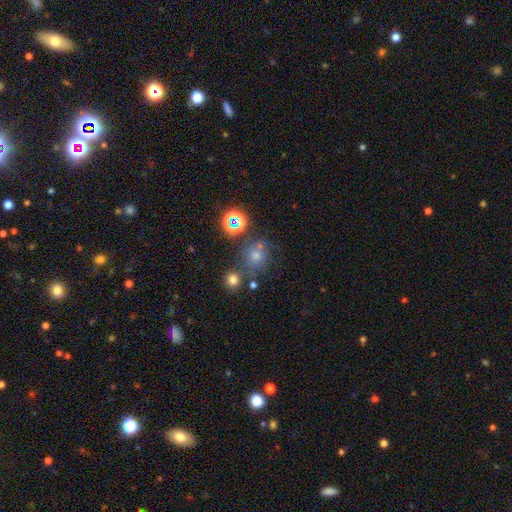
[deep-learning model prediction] Smooth or featured?
  - smooth: 53% *
  - star or artifact: 35%
  - featured or disk: 12%
How rounded?
  - round: 84% *
  - in between: 15%
  - cigar-shaped: 1%
Merging?
  - none: 65% *
  - merger: 17%
  - minor disturbance: 12%
  - major disturbance: 5%